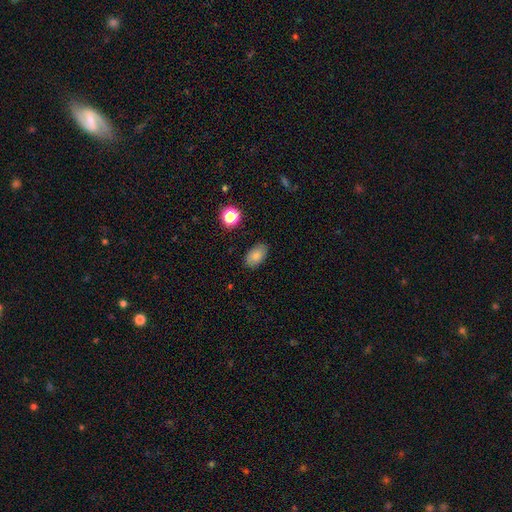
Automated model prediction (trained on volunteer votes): Q: Smooth or featured?
A: smooth (81%); runner-up: star or artifact (10%)
Q: How rounded?
A: in between (89%); runner-up: round (9%)
Q: Merging?
A: none (85%); runner-up: minor disturbance (11%)